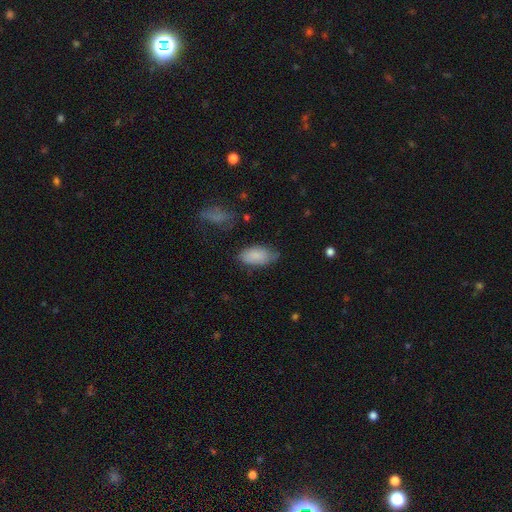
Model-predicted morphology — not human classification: type=smooth (85%); roundness=in between (93%); merging=none (68%).